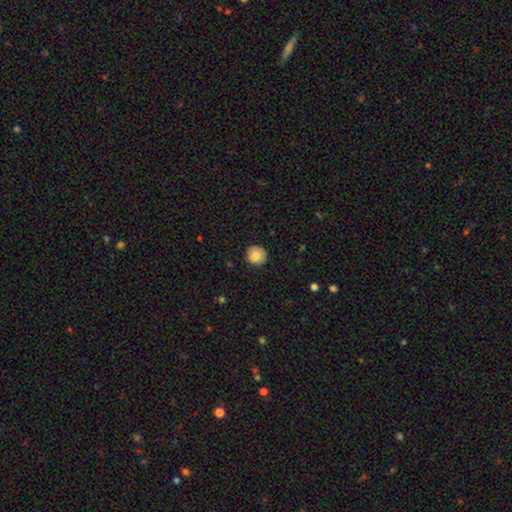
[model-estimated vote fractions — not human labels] A smooth galaxy with no disk features (81%) that is round (88%).

Vote fractions:
- Smooth or featured? smooth: 81% / featured or disk: 11% / star or artifact: 8%
- How rounded? round: 88% / in between: 11% / cigar-shaped: 1%
- Merging? none: 82% / minor disturbance: 14% / major disturbance: 3% / merger: 1%